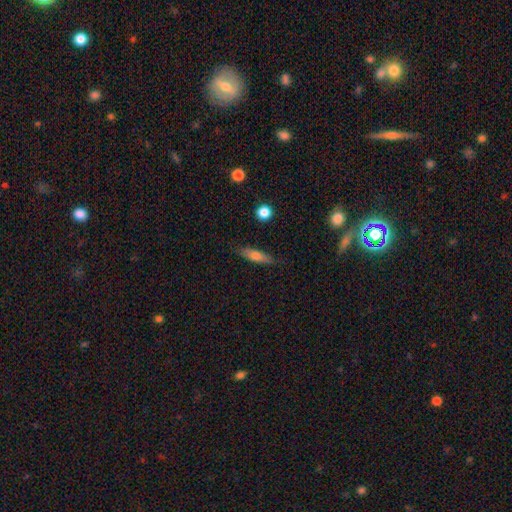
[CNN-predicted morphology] The model was most divided on "how rounded": cigar-shaped: 59%, in between: 38%, round: 3%. More confident: merging — none (79%); smooth or featured — smooth (64%).